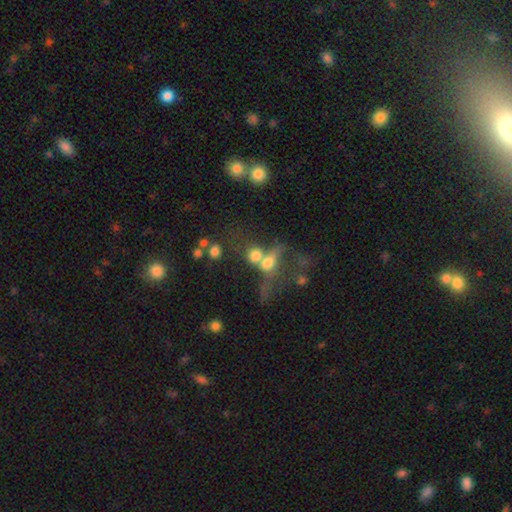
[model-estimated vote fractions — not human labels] The model was most divided on "how rounded": round: 52%, in between: 42%, cigar-shaped: 6%. More confident: merging — merger (64%); smooth or featured — smooth (60%).